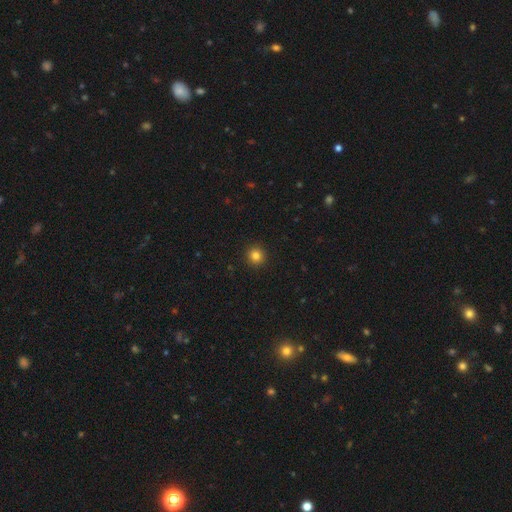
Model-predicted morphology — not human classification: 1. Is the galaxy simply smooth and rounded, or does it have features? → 83% smooth, 12% star or artifact, 5% featured or disk.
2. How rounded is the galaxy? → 95% round, 4% in between, 1% cigar-shaped.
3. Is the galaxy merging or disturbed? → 93% none, 4% minor disturbance, 2% major disturbance, 1% merger.